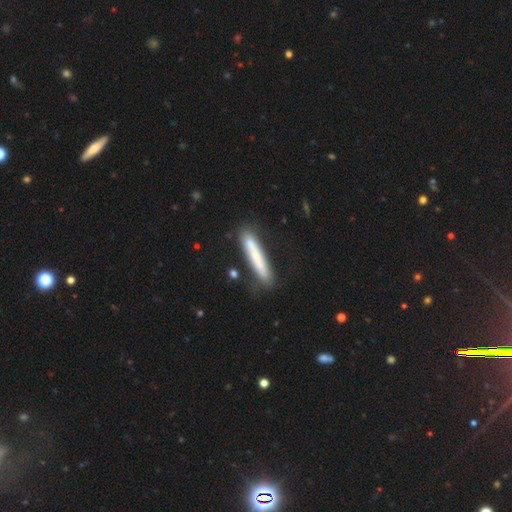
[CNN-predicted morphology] Smooth or featured? Predicted: smooth (p=0.66). How rounded? Predicted: cigar-shaped (p=0.94). Merging? Predicted: none (p=0.77).